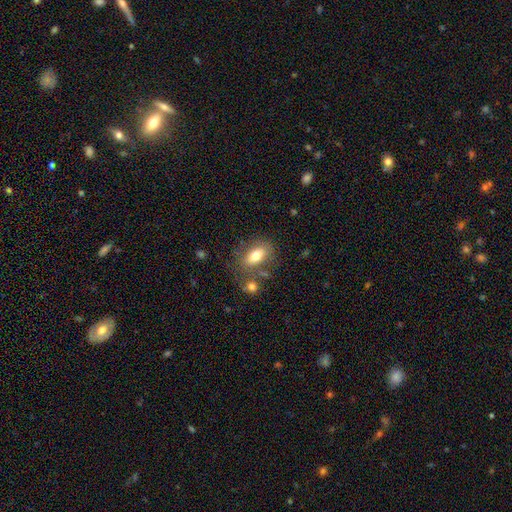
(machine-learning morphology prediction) The model was most divided on "merging": none: 64%, minor disturbance: 16%, merger: 13%, major disturbance: 7%. More confident: how rounded — in between (86%); smooth or featured — smooth (72%).